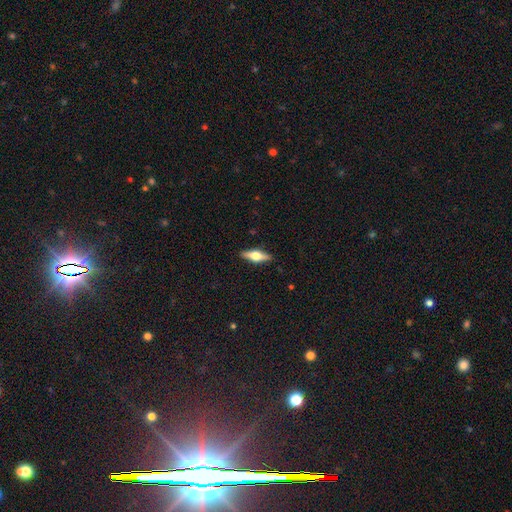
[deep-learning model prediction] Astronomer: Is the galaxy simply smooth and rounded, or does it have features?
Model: featured or disk — 56% (runner-up: smooth, 38%).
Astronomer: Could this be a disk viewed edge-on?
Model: yes — 94%.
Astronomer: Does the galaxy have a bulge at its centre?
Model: rounded — 94%.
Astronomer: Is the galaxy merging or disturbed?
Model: none — 90%.